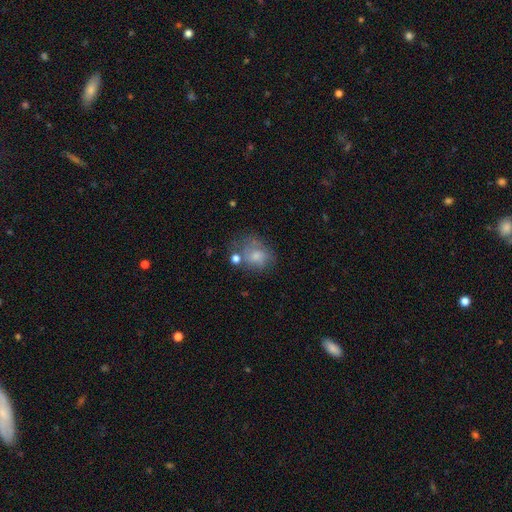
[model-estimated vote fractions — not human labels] Overall: smooth (56%; featured or disk 32%). How rounded: round (54%; in between 45%). Merging: none (43%; minor disturbance 25%).